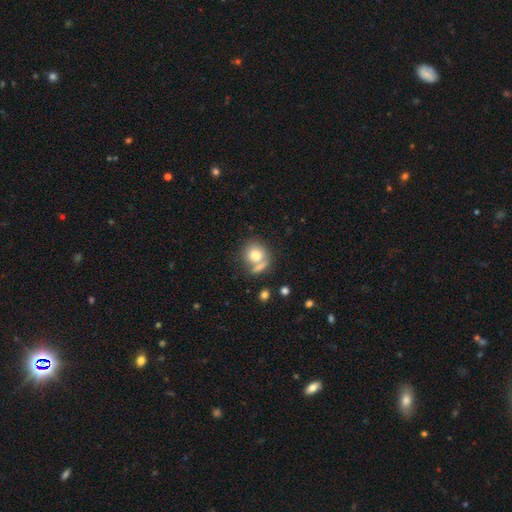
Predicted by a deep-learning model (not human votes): This is likely a smooth galaxy (77%). How rounded: likely round (77%). Merging: possibly none (50%).